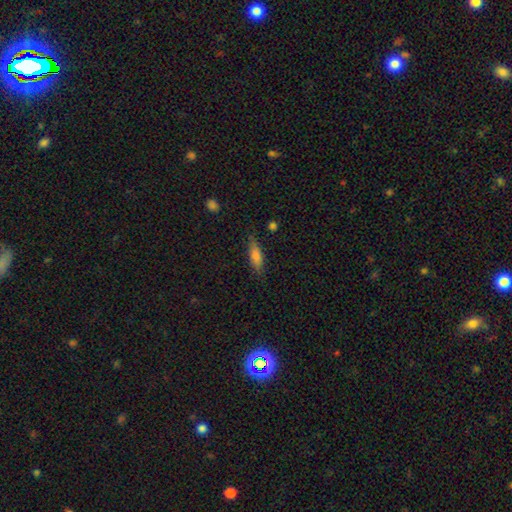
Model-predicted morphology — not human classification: Overall: smooth (77%). How rounded: in between (52%; cigar-shaped 46%). Merging: none (77%).